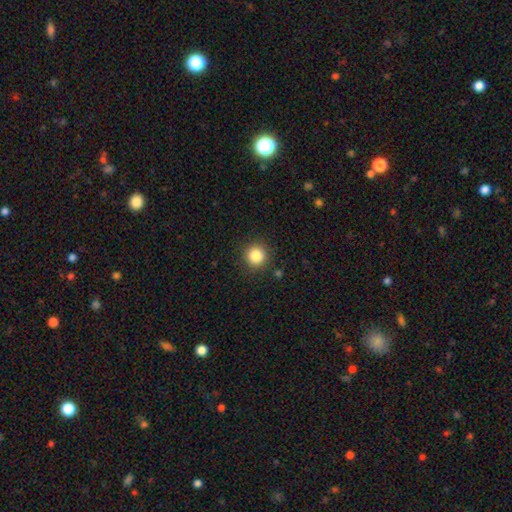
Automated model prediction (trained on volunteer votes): A smooth galaxy with no disk features (84%) that is round (94%).

Vote fractions:
- Smooth or featured? smooth: 84% / star or artifact: 11% / featured or disk: 5%
- How rounded? round: 94% / in between: 5% / cigar-shaped: 1%
- Merging? none: 89% / minor disturbance: 7% / major disturbance: 2% / merger: 2%